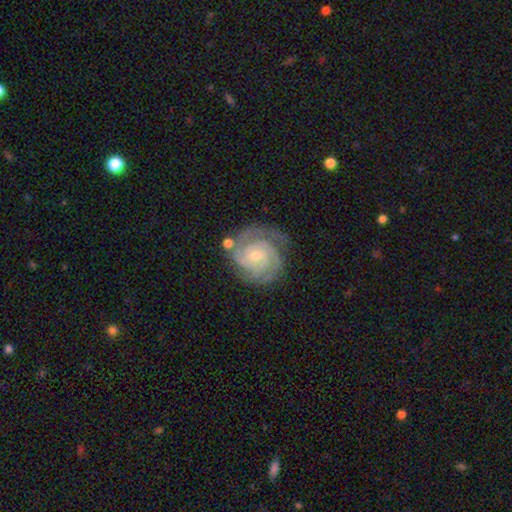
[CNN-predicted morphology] Smooth or featured?
  - featured or disk: 89% *
  - smooth: 6%
  - star or artifact: 5%
Edge-on disk?
  - no: 98% *
  - yes: 2%
Bar?
  - no: 68% *
  - weak: 26%
  - strong: 6%
Spiral arms?
  - yes: 98% *
  - no: 2%
Spiral winding?
  - tight: 75% *
  - medium: 22%
  - loose: 3%
Spiral arm count?
  - 3: 44% *
  - 2: 24%
  - 4: 12%
  - can't tell: 11%
  - more than 4: 5%
  - 1: 4%
Bulge size?
  - small: 66% *
  - moderate: 30%
  - none: 1%
  - large: 1%
  - dominant: 1%
Merging?
  - none: 73% *
  - minor disturbance: 17%
  - major disturbance: 6%
  - merger: 4%